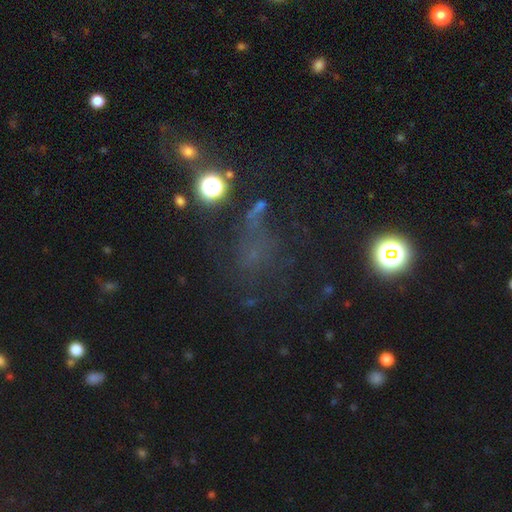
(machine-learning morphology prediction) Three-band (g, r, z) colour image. It shows a star or artifact, not a galaxy (46%).